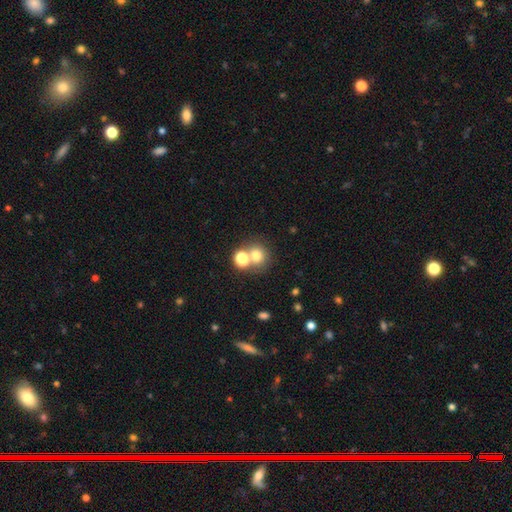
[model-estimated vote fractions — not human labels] This is likely a smooth galaxy (73%). How rounded: clearly round (83%). Merging: possibly none (56%).